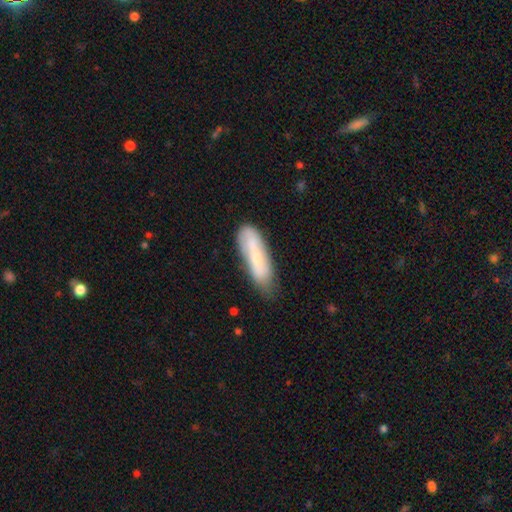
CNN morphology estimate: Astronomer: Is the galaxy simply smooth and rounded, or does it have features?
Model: smooth — 59% (runner-up: featured or disk, 34%).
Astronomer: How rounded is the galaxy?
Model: cigar-shaped — 58% (runner-up: in between, 40%).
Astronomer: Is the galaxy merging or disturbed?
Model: none — 61%.